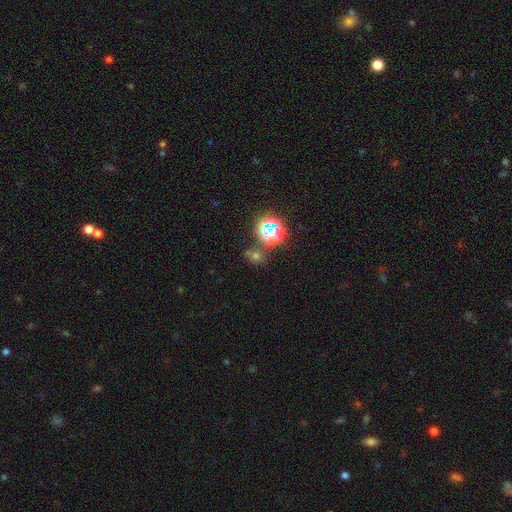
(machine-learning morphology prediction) A star or artifact, not a galaxy (49%).

Vote fractions:
- Smooth or featured? star or artifact: 49% / smooth: 43% / featured or disk: 8%